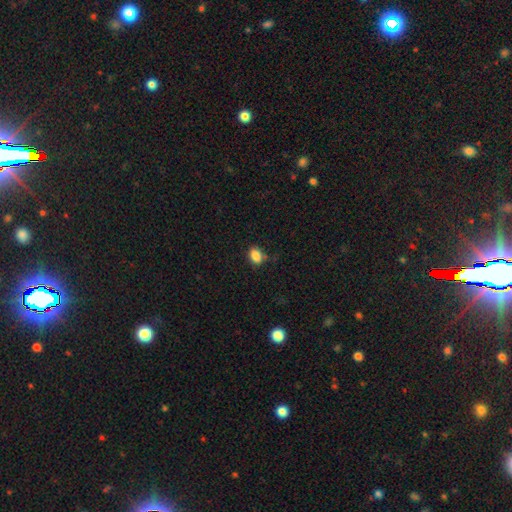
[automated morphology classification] A smooth galaxy with no disk features (86%) that is in between round and cigar-shaped (77%).

Vote fractions:
- Smooth or featured? smooth: 86% / star or artifact: 10% / featured or disk: 4%
- How rounded? in between: 77% / round: 21% / cigar-shaped: 1%
- Merging? none: 74% / minor disturbance: 18% / major disturbance: 4% / merger: 4%